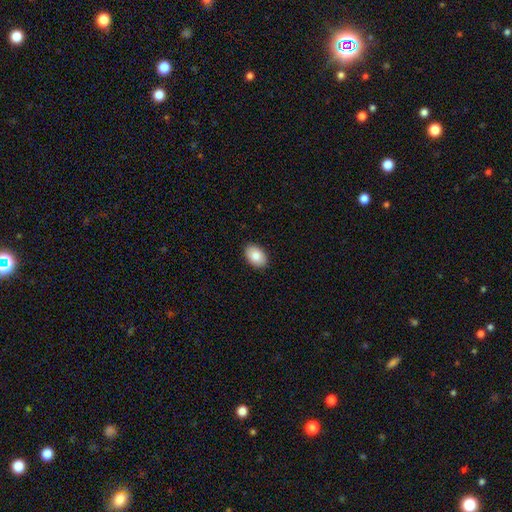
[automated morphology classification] Smooth or featured? smooth (85%)
How rounded? in between (88%)
Merging? none (90%)